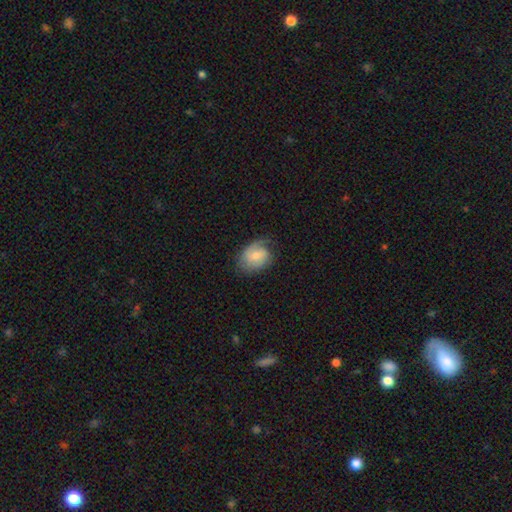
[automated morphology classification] Smooth or featured? Predicted: featured or disk (p=0.51). Edge-on disk? Predicted: no (p=0.97). Merging? Predicted: none (p=0.61).